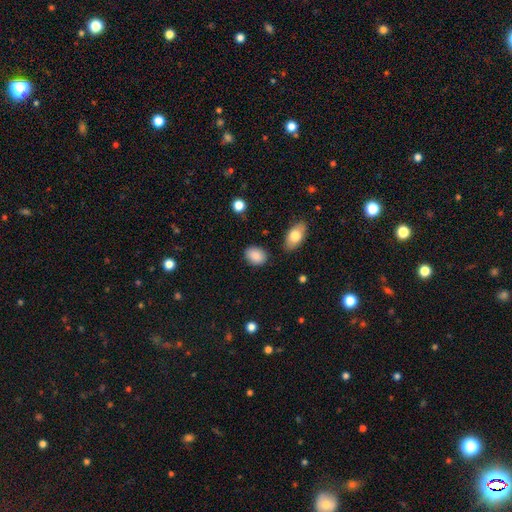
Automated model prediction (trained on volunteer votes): smooth-or-featured: smooth: 87% | star or artifact: 7% | featured or disk: 6%
  how-rounded: in between: 69% | round: 29% | cigar-shaped: 1%
  merging: none: 82% | minor disturbance: 12% | merger: 3% | major disturbance: 3%